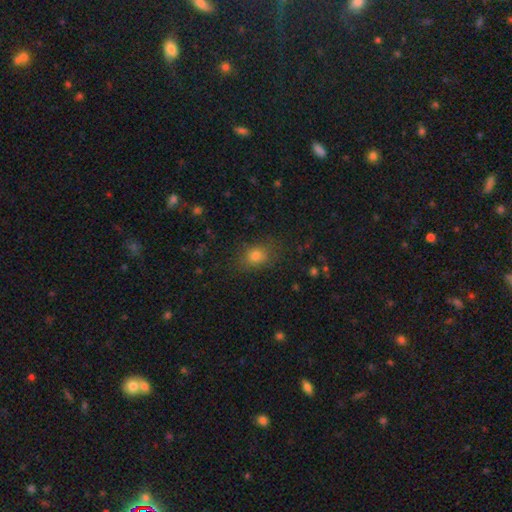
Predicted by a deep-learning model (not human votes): Morphology: type=smooth (78%); roundness=in between (55%); merging=none (77%).